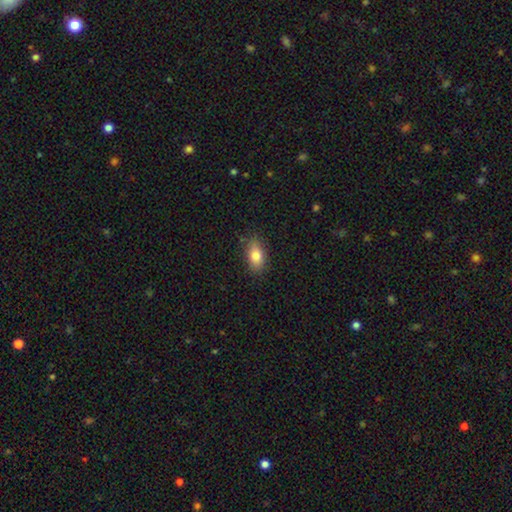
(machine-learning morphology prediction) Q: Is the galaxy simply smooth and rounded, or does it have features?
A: smooth — 82%.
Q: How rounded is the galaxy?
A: in between — 87%.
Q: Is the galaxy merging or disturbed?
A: none — 81%.